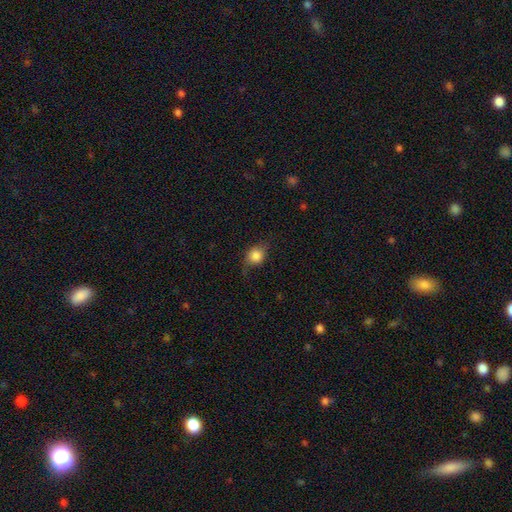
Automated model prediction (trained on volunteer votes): smooth 76%, featured or disk 15%, star or artifact 9%. Down the decision tree: how rounded — round (57%); merging — none (63%).